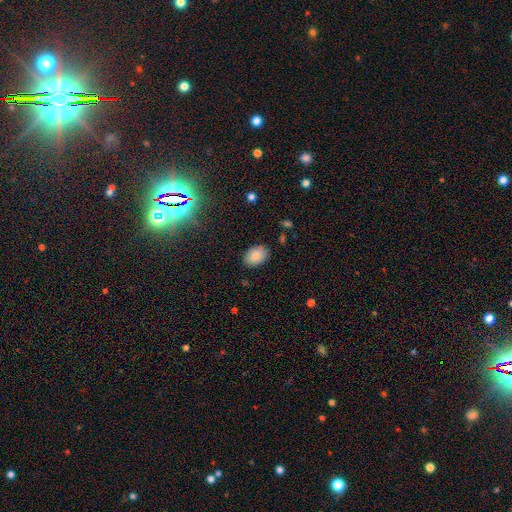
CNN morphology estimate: Smooth or featured? smooth (84%)
How rounded? in between (84%)
Merging? none (85%)